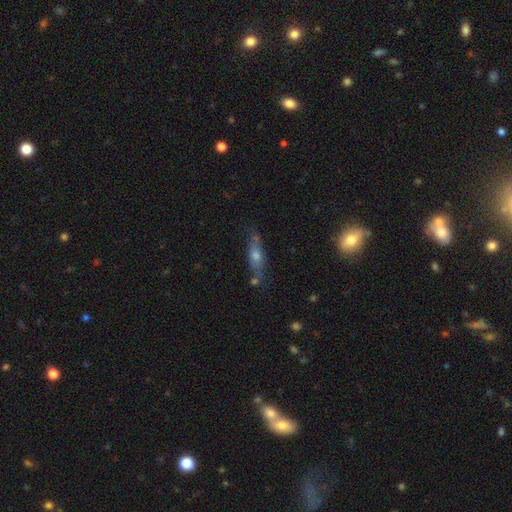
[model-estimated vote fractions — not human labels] This is possibly a featured or disk galaxy (51%). It is likely viewed edge-on (74%). Merging: likely none (69%).